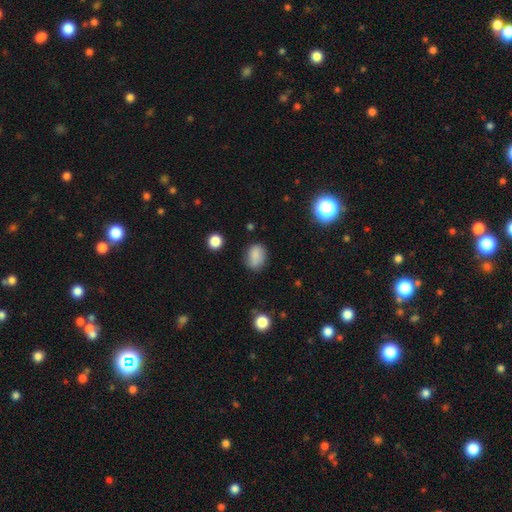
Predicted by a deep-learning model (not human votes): smooth 82%, star or artifact 11%, featured or disk 7%. Down the decision tree: how rounded — in between (64%); merging — none (71%).